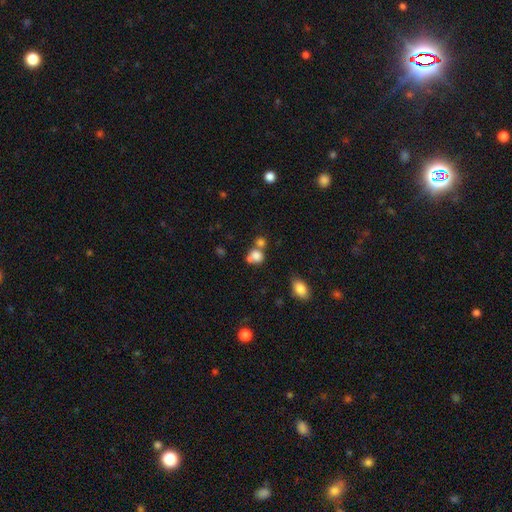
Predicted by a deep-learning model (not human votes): Smooth or featured: smooth — 78% (star or artifact — 12%)
How rounded: round — 68% (in between — 31%)
Merging: merger — 44% (none — 39%)